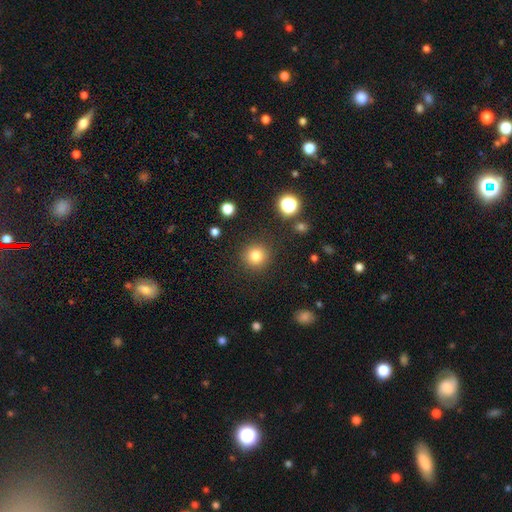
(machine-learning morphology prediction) Q: Smooth or featured?
A: smooth (81%); runner-up: star or artifact (13%)
Q: How rounded?
A: round (95%); runner-up: in between (4%)
Q: Merging?
A: none (89%); runner-up: minor disturbance (6%)